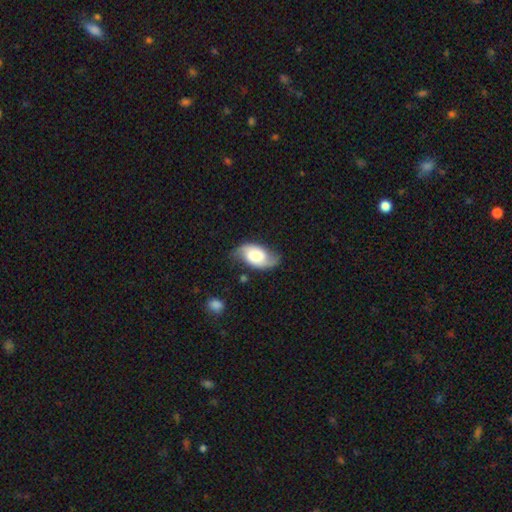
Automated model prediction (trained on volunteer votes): Smooth or featured? featured or disk (62%)
Edge-on disk? no (95%)
Bar? no (60%)
Spiral arms? yes (90%)
Spiral winding? loose (43%)
Spiral arm count? 2 (89%)
Bulge size? moderate (36%)
Merging? none (67%)